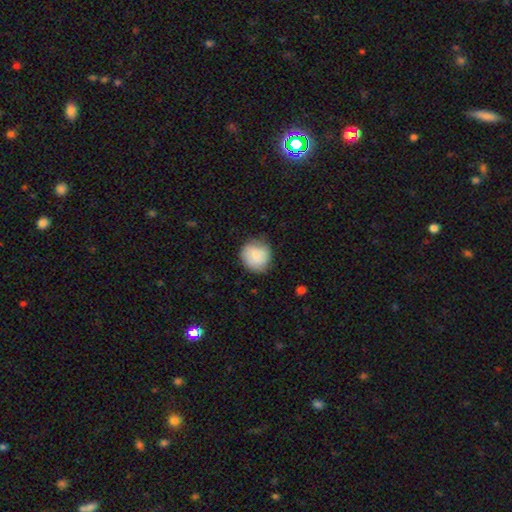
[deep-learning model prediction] smooth 79%, featured or disk 14%, star or artifact 7%. Down the decision tree: how rounded — round (87%); merging — none (75%).